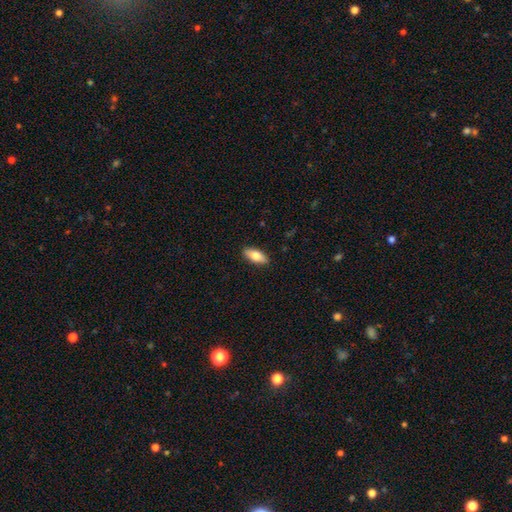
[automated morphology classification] This is likely a smooth galaxy (75%). How rounded: likely in between (80%). Merging: clearly none (89%).